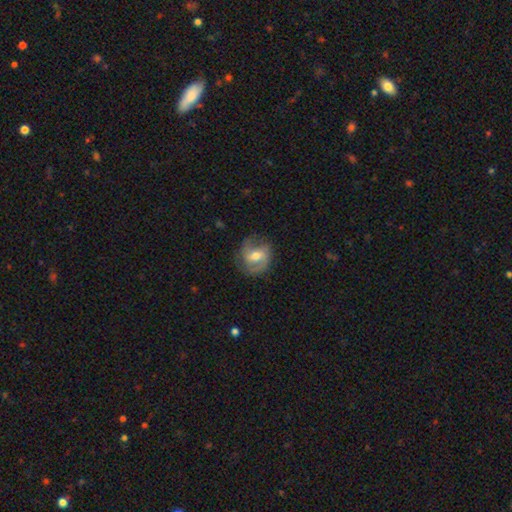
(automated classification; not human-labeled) Q: Smooth or featured?
A: featured or disk (68%); runner-up: smooth (26%)
Q: Edge-on disk?
A: no (97%); runner-up: yes (3%)
Q: Bar?
A: weak (48%); runner-up: no (31%)
Q: Spiral arms?
A: yes (88%); runner-up: no (12%)
Q: Spiral winding?
A: medium (47%); runner-up: loose (26%)
Q: Spiral arm count?
A: 2 (76%); runner-up: can't tell (11%)
Q: Bulge size?
A: moderate (63%); runner-up: small (31%)
Q: Merging?
A: none (71%); runner-up: minor disturbance (19%)